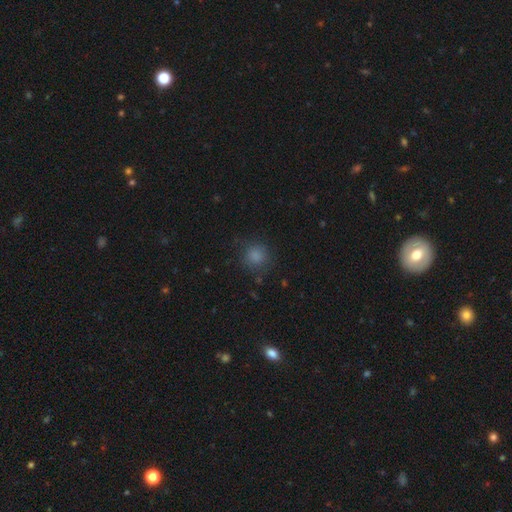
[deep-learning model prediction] A smooth galaxy with no disk features (83%) that is round (88%). Merging: none (80%).